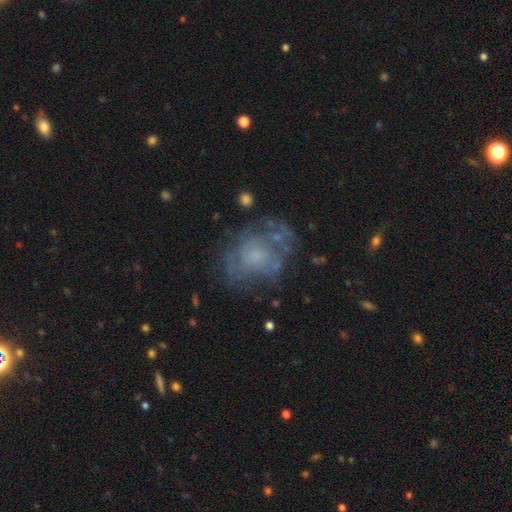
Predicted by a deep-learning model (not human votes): Smooth or featured? featured or disk (59%)
Edge-on disk? no (97%)
Bar? no (83%)
Spiral arms? no (53%)
Bulge size? small (43%)
Merging? none (60%)